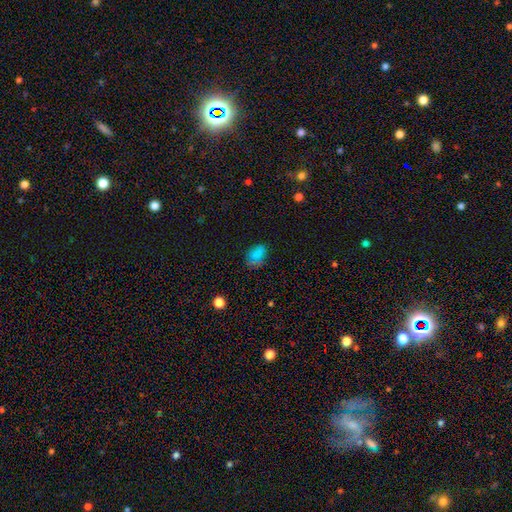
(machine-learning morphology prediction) Smooth or featured? Predicted: smooth (p=0.73). How rounded? Predicted: in between (p=0.83). Merging? Predicted: none (p=0.61).